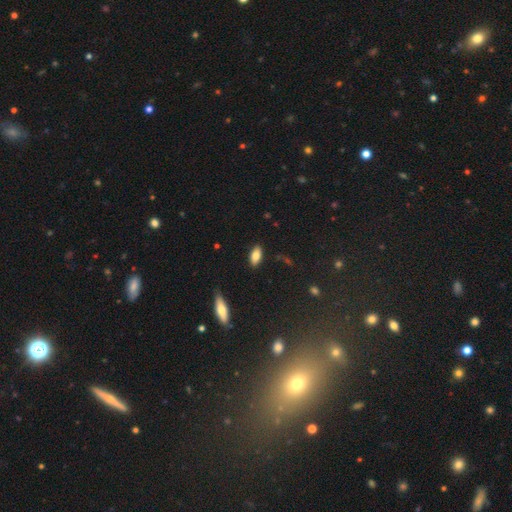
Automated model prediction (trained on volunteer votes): Smooth or featured: smooth — 81% (featured or disk — 11%)
How rounded: in between — 88% (cigar-shaped — 9%)
Merging: none — 86% (minor disturbance — 10%)